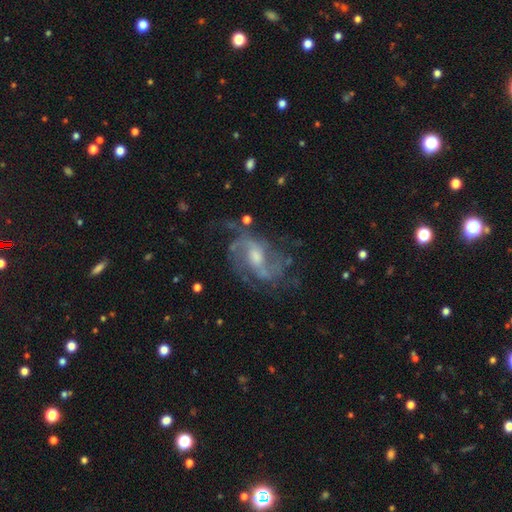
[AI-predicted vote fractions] The model was most divided on "bar": weak: 50%, no: 32%, strong: 18%. More confident: edge-on disk — no (97%); spiral arms — yes (93%); smooth or featured — featured or disk (86%); spiral arm count — 2 (60%); merging — none (60%); bulge size — moderate (54%); spiral winding — medium (50%).